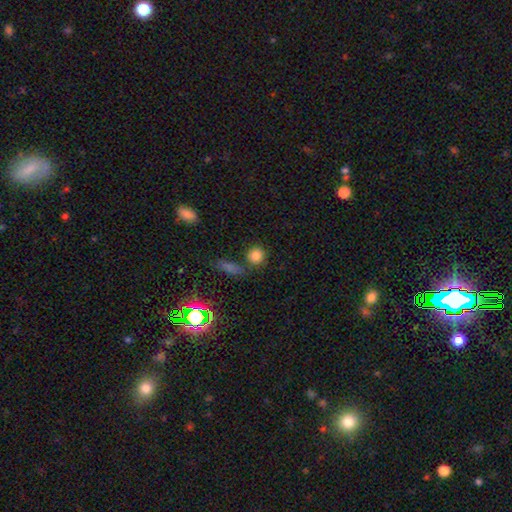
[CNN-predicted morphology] A smooth galaxy with no disk features (81%) that is round (89%).

Vote fractions:
- Smooth or featured? smooth: 81% / star or artifact: 14% / featured or disk: 5%
- How rounded? round: 89% / in between: 10% / cigar-shaped: 2%
- Merging? none: 76% / merger: 11% / minor disturbance: 10% / major disturbance: 4%